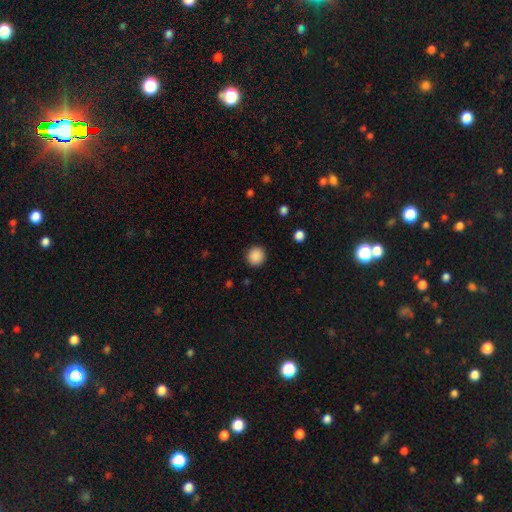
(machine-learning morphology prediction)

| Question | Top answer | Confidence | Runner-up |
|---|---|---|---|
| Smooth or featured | smooth | 88% | star or artifact (9%) |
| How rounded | round | 93% | in between (6%) |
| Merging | none | 91% | minor disturbance (6%) |